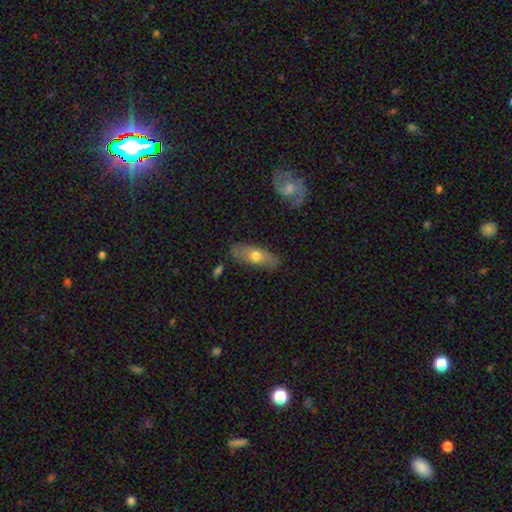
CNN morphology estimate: Smooth or featured: smooth — 51% (featured or disk — 42%)
How rounded: in between — 62% (cigar-shaped — 34%)
Merging: none — 83% (minor disturbance — 12%)